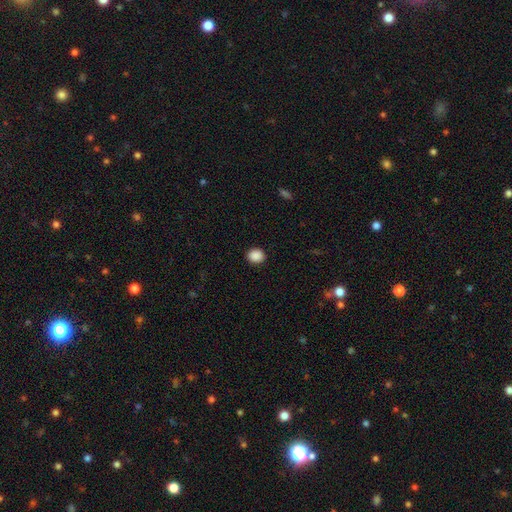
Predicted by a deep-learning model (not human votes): The model was most divided on "how rounded": round: 72%, in between: 27%, cigar-shaped: 1%. More confident: merging — none (90%); smooth or featured — smooth (89%).